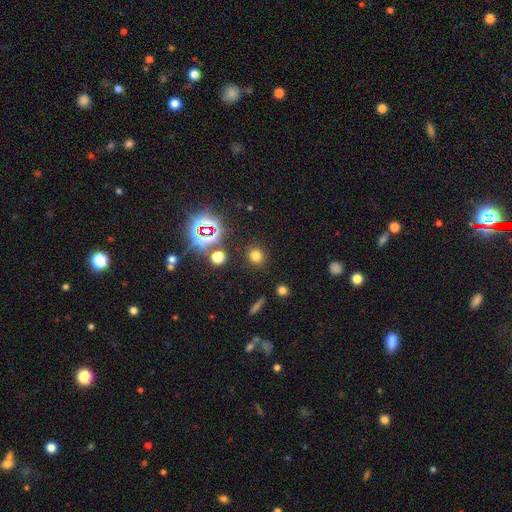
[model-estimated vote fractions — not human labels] Smooth or featured: smooth — 69% (star or artifact — 24%)
How rounded: round — 85% (in between — 14%)
Merging: none — 87% (minor disturbance — 7%)